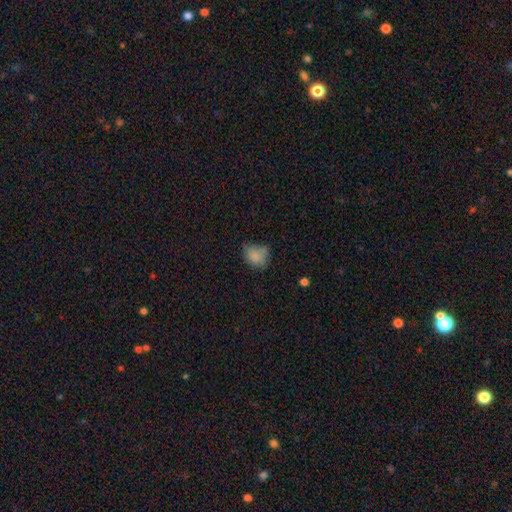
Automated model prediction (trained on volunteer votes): This is likely a smooth galaxy (79%). How rounded: possibly in between (52%). Merging: possibly none (49%).